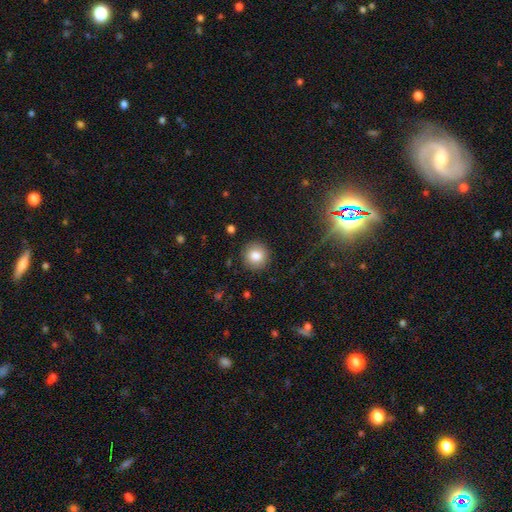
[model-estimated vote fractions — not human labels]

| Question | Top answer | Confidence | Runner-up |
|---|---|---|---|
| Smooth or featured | smooth | 83% | star or artifact (10%) |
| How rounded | round | 93% | in between (6%) |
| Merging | none | 90% | minor disturbance (7%) |